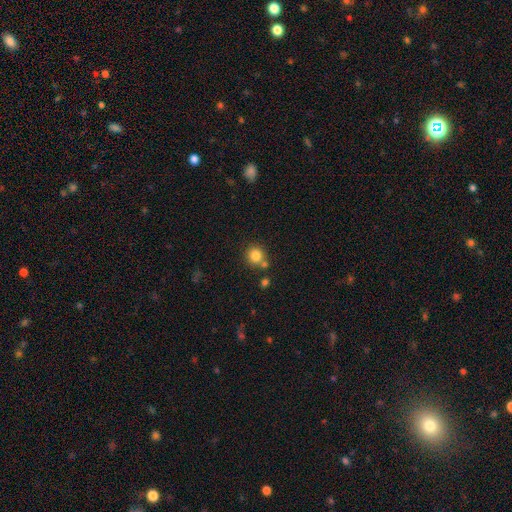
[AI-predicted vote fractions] A smooth galaxy with no disk features (82%) that is round (90%).

Vote fractions:
- Smooth or featured? smooth: 82% / star or artifact: 11% / featured or disk: 6%
- How rounded? round: 90% / in between: 9% / cigar-shaped: 1%
- Merging? none: 69% / merger: 18% / minor disturbance: 10% / major disturbance: 3%